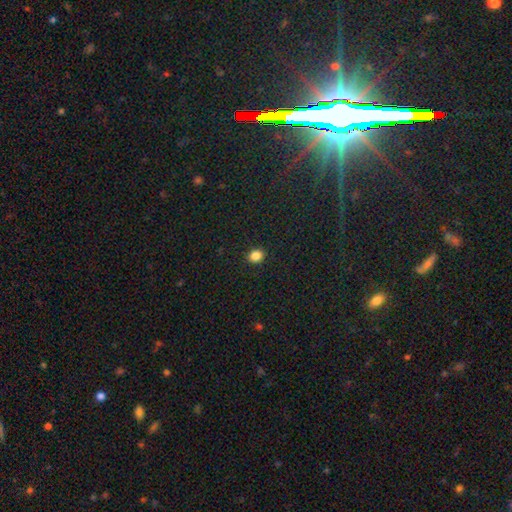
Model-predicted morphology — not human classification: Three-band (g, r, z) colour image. It shows a smooth galaxy with no disk features (85%) that is round (63%). Merging: none (91%).